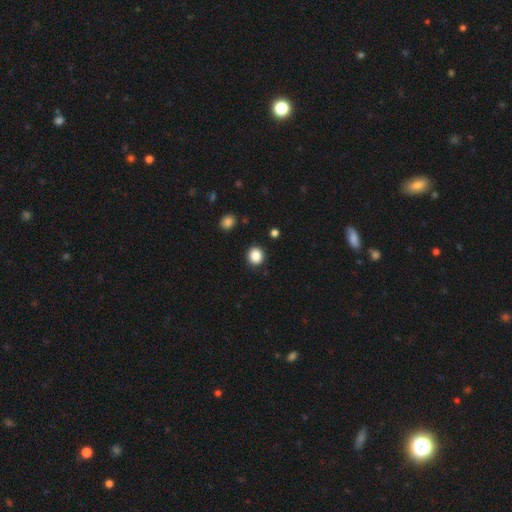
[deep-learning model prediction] A smooth galaxy with no disk features (87%) that is round (85%). Merging: none (90%).